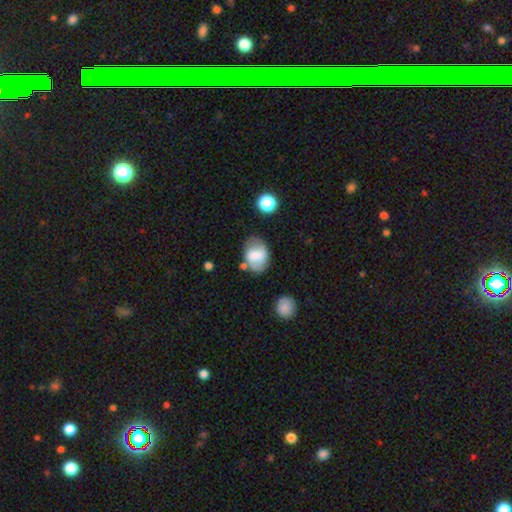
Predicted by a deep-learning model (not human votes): This is possibly a smooth galaxy (55%). How rounded: likely in between (72%). Merging: likely none (63%).